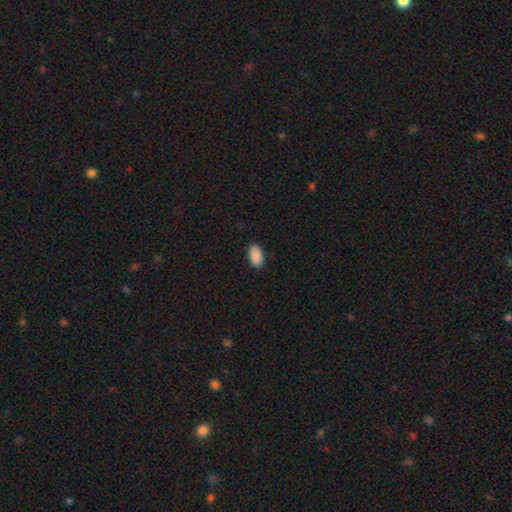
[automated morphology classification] smooth-or-featured: smooth: 91% | star or artifact: 7% | featured or disk: 3%
  how-rounded: in between: 94% | round: 4% | cigar-shaped: 2%
  merging: none: 89% | minor disturbance: 9% | major disturbance: 2% | merger: 1%